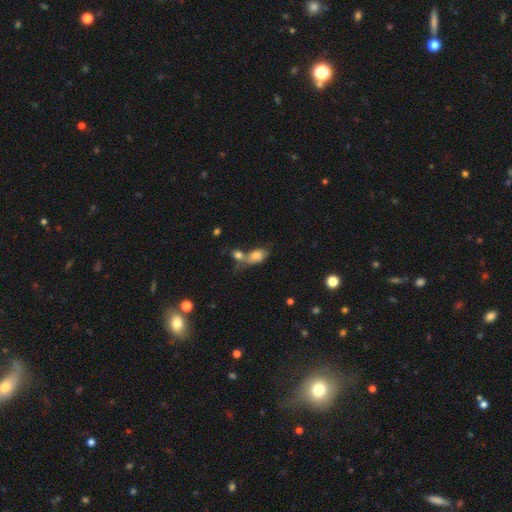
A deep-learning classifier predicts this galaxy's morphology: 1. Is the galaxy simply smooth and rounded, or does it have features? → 77% smooth, 13% featured or disk, 10% star or artifact.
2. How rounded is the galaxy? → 82% in between, 14% round, 3% cigar-shaped.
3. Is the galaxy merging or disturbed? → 54% merger, 25% none, 13% minor disturbance, 8% major disturbance.